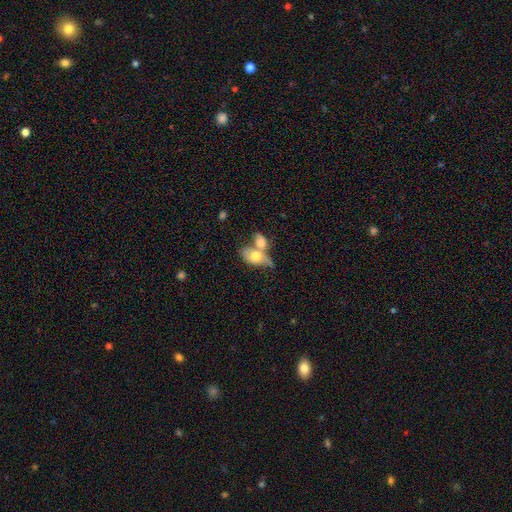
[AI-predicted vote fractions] Smooth or featured? smooth (63%)
How rounded? in between (80%)
Merging? merger (67%)